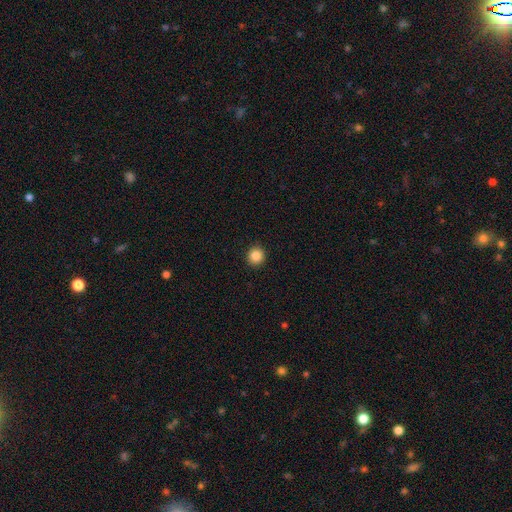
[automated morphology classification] A smooth galaxy with no disk features (86%) that is round (93%).

Vote fractions:
- Smooth or featured? smooth: 86% / star or artifact: 10% / featured or disk: 4%
- How rounded? round: 93% / in between: 6% / cigar-shaped: 1%
- Merging? none: 93% / minor disturbance: 5% / major disturbance: 2% / merger: 1%